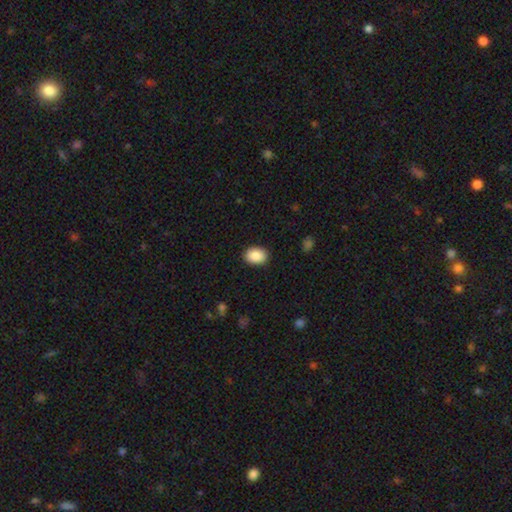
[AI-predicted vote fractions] Smooth or featured?
  - smooth: 89% *
  - star or artifact: 7%
  - featured or disk: 4%
How rounded?
  - in between: 77% *
  - round: 22%
  - cigar-shaped: 1%
Merging?
  - none: 90% *
  - minor disturbance: 7%
  - major disturbance: 2%
  - merger: 1%